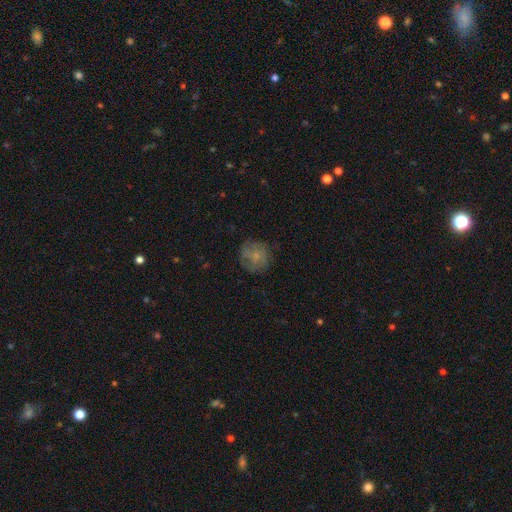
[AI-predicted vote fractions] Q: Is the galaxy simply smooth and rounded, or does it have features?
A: smooth — 58%.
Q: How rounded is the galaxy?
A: round — 89%.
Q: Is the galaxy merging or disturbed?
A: none — 73%.